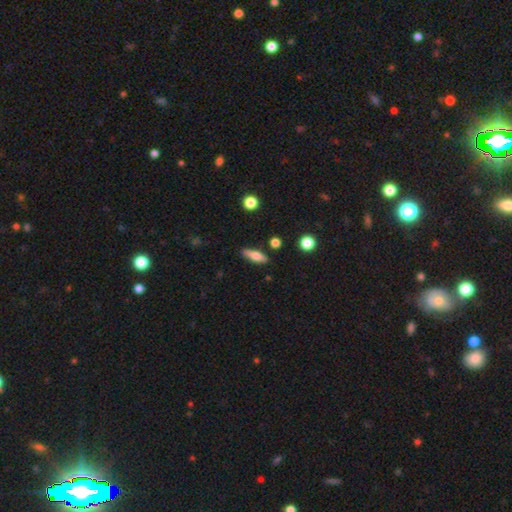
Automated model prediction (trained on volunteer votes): Morphology: type=smooth (63%); roundness=cigar-shaped (54%); merging=none (83%).